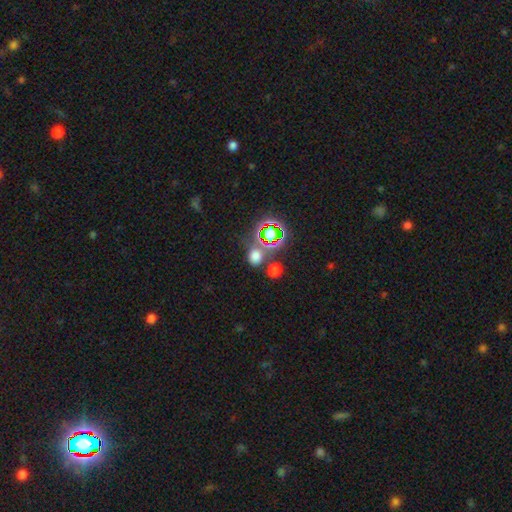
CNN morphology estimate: smooth-or-featured: smooth: 61% | star or artifact: 32% | featured or disk: 7%
  how-rounded: round: 68% | in between: 31% | cigar-shaped: 1%
  merging: none: 67% | merger: 17% | minor disturbance: 11% | major disturbance: 5%